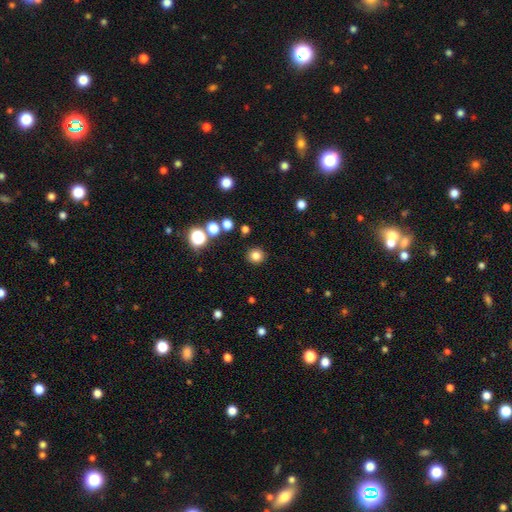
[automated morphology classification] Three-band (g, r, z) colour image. It shows a smooth galaxy with no disk features (81%) that is round (91%). Merging: none (90%).